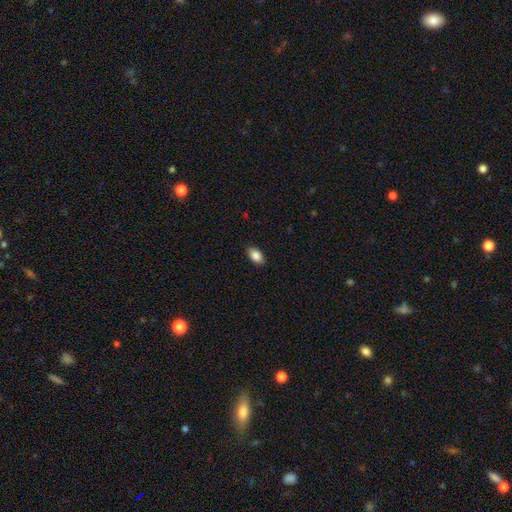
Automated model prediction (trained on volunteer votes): Smooth or featured: smooth — 85% (featured or disk — 7%)
How rounded: in between — 92% (round — 6%)
Merging: none — 88% (minor disturbance — 9%)